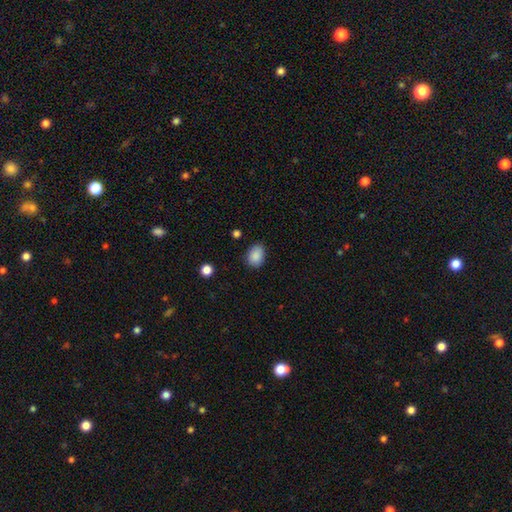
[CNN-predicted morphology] The model was most divided on "how rounded": in between: 69%, round: 30%, cigar-shaped: 1%. More confident: smooth or featured — smooth (88%); merging — none (77%).